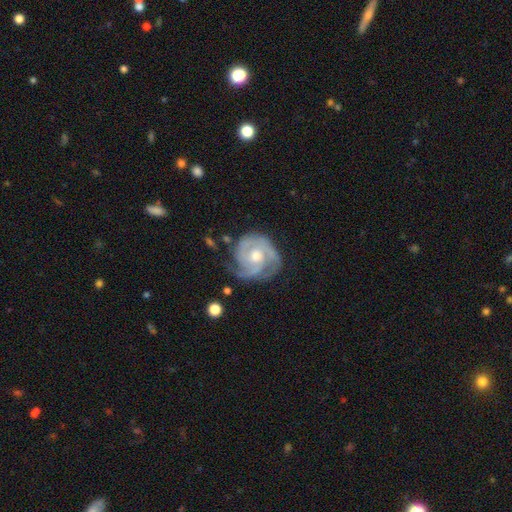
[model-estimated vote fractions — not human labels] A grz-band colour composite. It shows a featured or disk galaxy (88%) with no bar (72%), 3 (45%) tight (66%) spiral arms (97%) and a moderate central bulge (72%). Merging: none (69%).